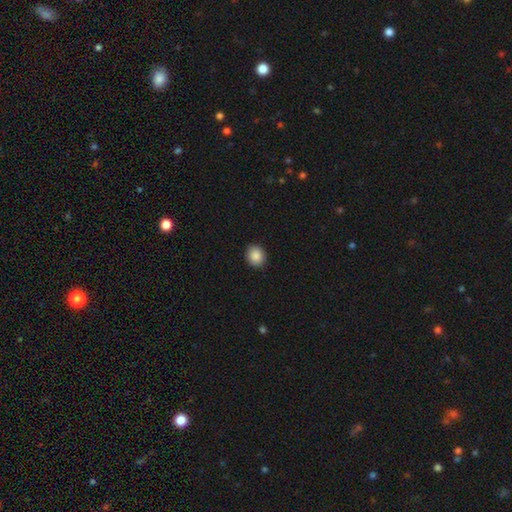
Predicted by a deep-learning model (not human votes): Smooth or featured? Predicted: smooth (p=0.89). How rounded? Predicted: round (p=0.76). Merging? Predicted: none (p=0.91).